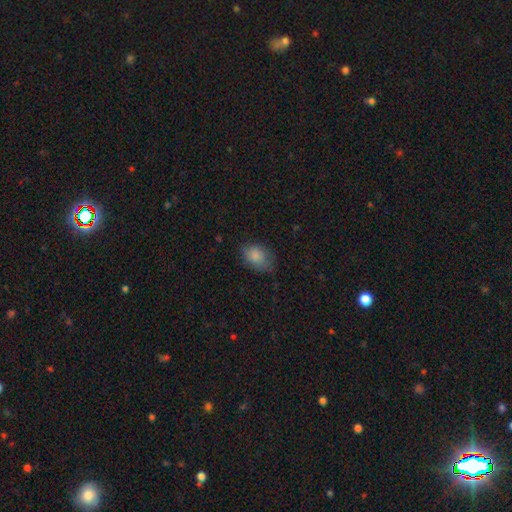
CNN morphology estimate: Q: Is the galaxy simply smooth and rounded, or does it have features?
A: smooth — 83%.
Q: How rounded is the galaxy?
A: in between — 80%.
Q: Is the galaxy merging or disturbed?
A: none — 63%.